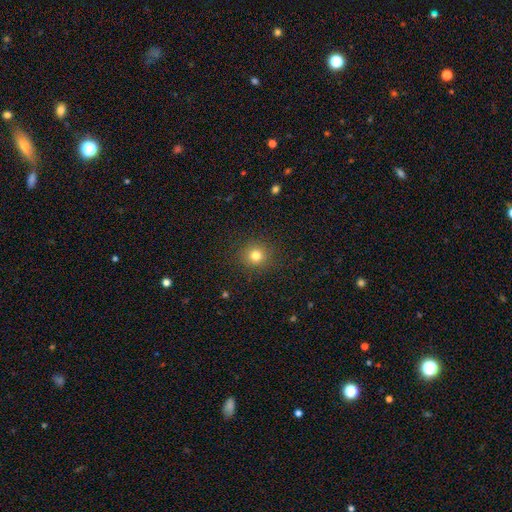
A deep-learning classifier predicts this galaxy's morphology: Smooth or featured? smooth (80%)
How rounded? round (91%)
Merging? none (90%)